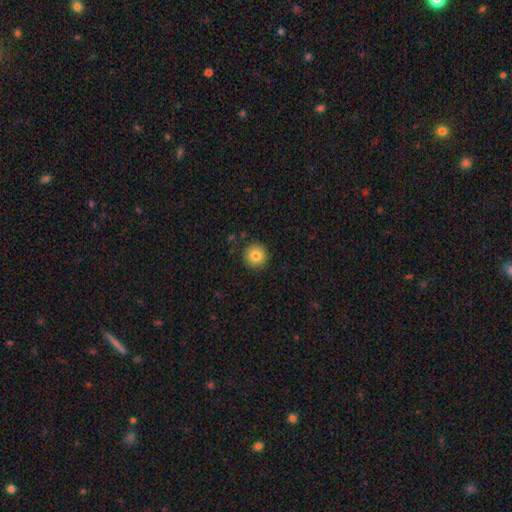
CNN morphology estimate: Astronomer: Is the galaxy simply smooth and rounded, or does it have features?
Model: smooth — 81%.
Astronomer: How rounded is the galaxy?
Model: round — 95%.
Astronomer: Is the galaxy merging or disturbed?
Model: none — 91%.